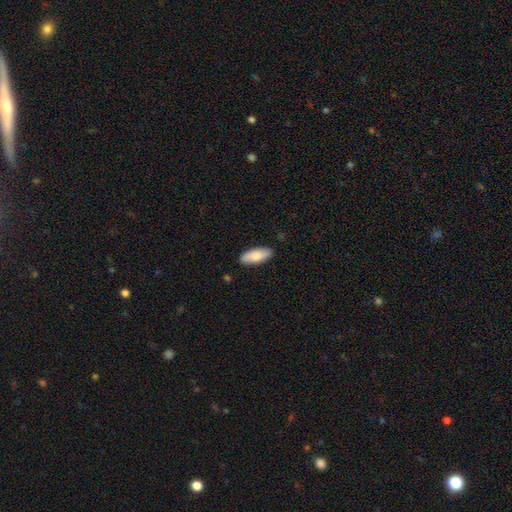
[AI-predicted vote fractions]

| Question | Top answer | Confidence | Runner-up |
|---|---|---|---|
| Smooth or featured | smooth | 82% | featured or disk (13%) |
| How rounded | in between | 77% | cigar-shaped (21%) |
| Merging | none | 88% | minor disturbance (9%) |